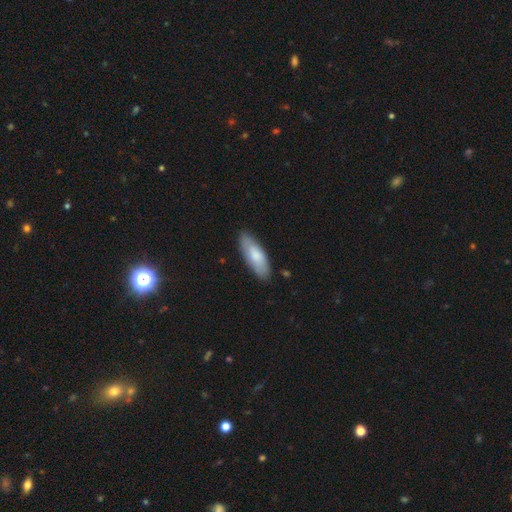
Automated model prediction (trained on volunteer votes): Morphology: type=smooth (75%); roundness=in between (68%); merging=none (82%).